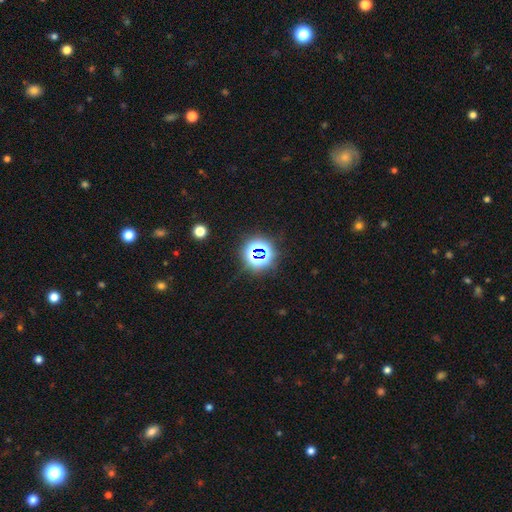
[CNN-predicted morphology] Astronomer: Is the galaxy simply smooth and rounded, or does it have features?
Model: star or artifact — 71%.